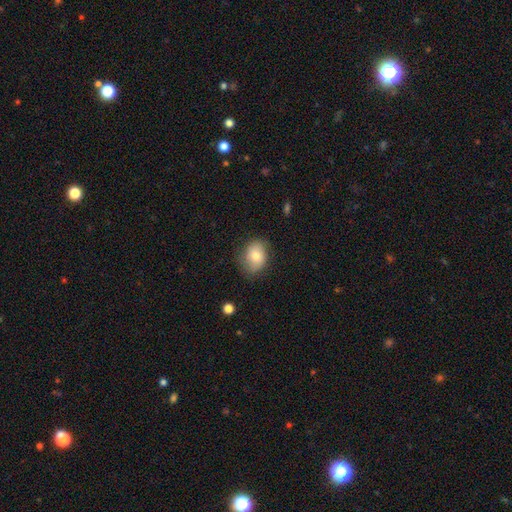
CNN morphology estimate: Smooth or featured? Predicted: smooth (p=0.77). How rounded? Predicted: in between (p=0.64). Merging? Predicted: none (p=0.72).